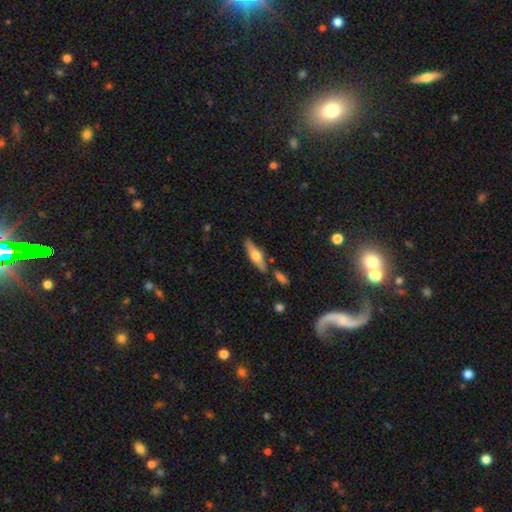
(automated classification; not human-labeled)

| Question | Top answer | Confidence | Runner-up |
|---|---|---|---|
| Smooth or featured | featured or disk | 52% | smooth (42%) |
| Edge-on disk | yes | 90% | no (10%) |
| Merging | none | 79% | minor disturbance (11%) |